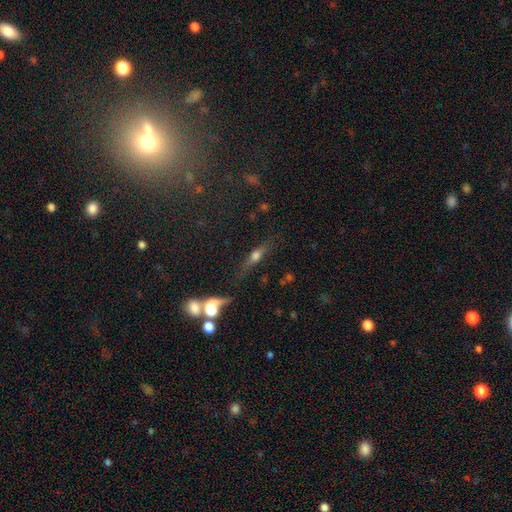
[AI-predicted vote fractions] Smooth or featured?
  - featured or disk: 47% *
  - smooth: 39%
  - star or artifact: 14%
Merging?
  - none: 71% *
  - minor disturbance: 16%
  - major disturbance: 7%
  - merger: 6%